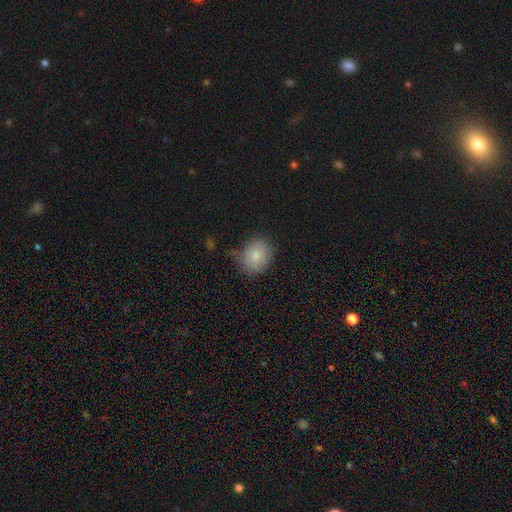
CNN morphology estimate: A smooth galaxy with no disk features (83%) that is round (58%).

Vote fractions:
- Smooth or featured? smooth: 83% / featured or disk: 9% / star or artifact: 8%
- How rounded? round: 58% / in between: 41% / cigar-shaped: 1%
- Merging? none: 74% / minor disturbance: 19% / major disturbance: 5% / merger: 3%